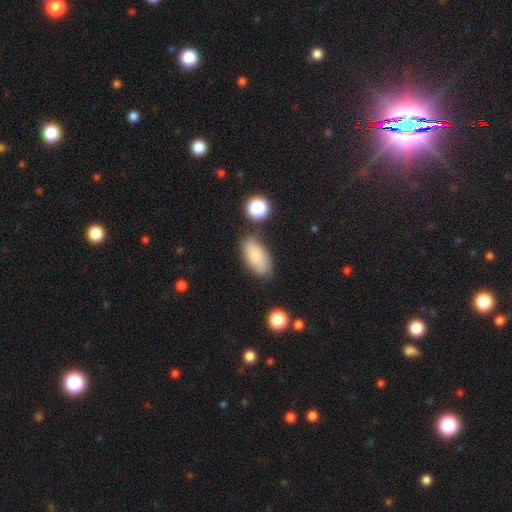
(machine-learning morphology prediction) Smooth or featured? smooth (82%)
How rounded? in between (91%)
Merging? none (74%)